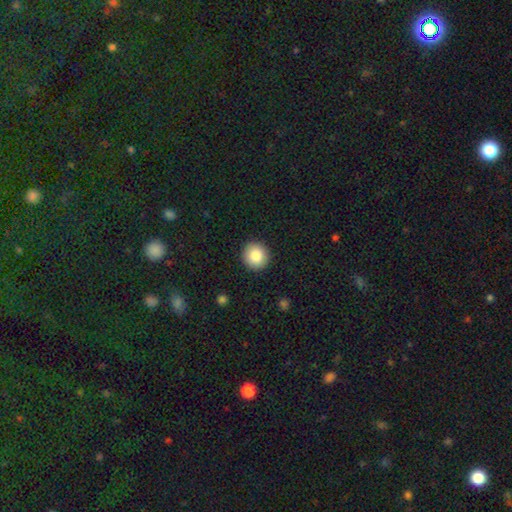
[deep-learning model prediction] Smooth or featured: smooth — 85% (star or artifact — 9%)
How rounded: round — 93% (in between — 6%)
Merging: none — 92% (minor disturbance — 5%)